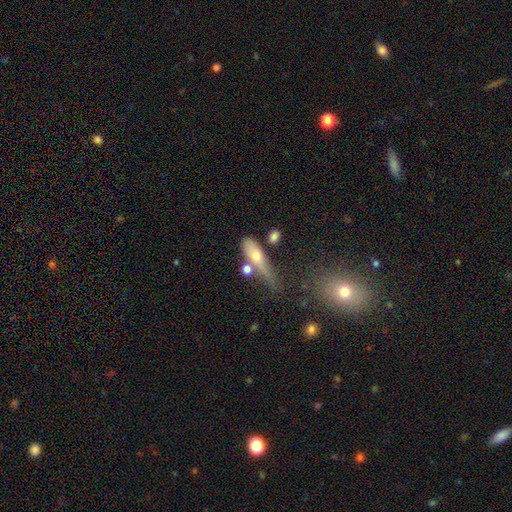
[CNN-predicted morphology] The model was most divided on "how rounded": cigar-shaped: 51%, in between: 43%, round: 6%. Remaining: smooth or featured — smooth (61%); merging — none (37%).